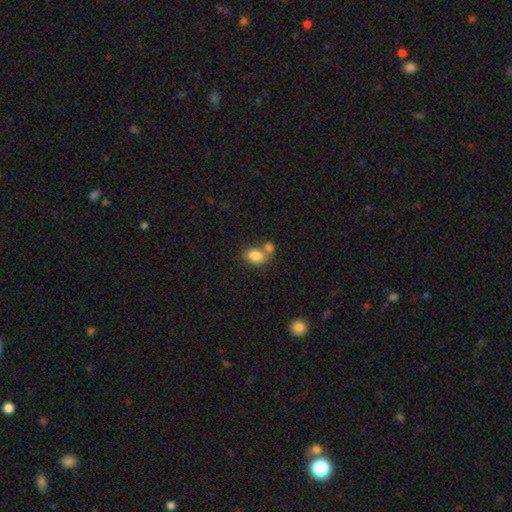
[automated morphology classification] smooth_or_featured: smooth (p=0.84) [alt: star or artifact p=0.08]
how_rounded: in between (p=0.81) [alt: round p=0.17]
merging: none (p=0.43) [alt: merger p=0.41]